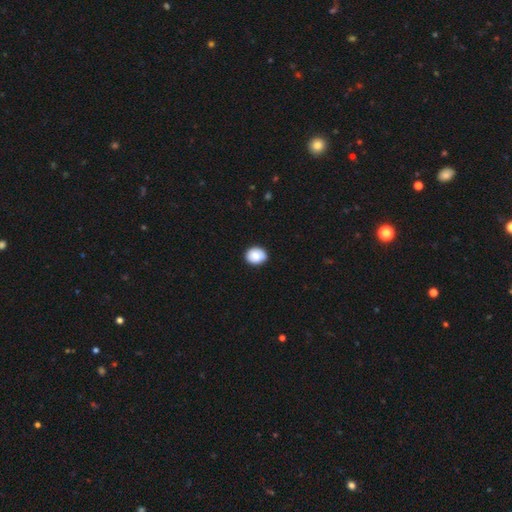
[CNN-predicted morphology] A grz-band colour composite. It shows a smooth galaxy with no disk features (84%) that is round (62%). Merging: none (86%).